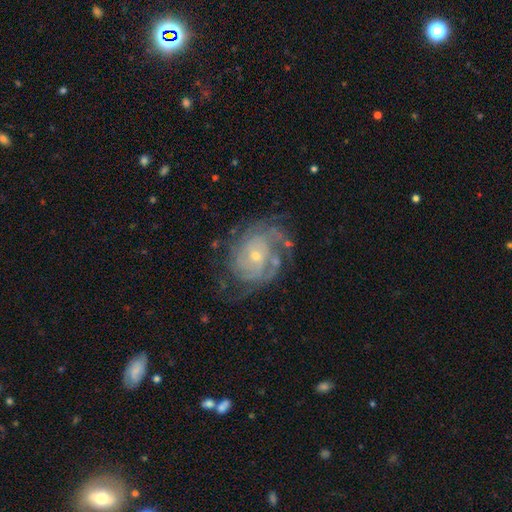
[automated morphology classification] featured or disk 85%, smooth 8%, star or artifact 6%. Down the decision tree: edge-on disk — no (97%); bar — no (73%); spiral arms — yes (93%); spiral arm count — can't tell (37%); spiral winding — tight (65%); bulge size — small (71%); merging — none (64%).